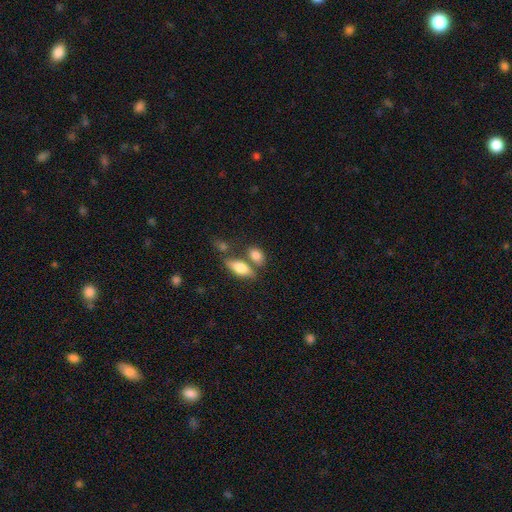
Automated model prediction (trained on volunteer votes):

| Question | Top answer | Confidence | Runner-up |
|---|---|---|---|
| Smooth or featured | smooth | 78% | featured or disk (14%) |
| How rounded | in between | 80% | round (13%) |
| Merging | none | 53% | merger (30%) |